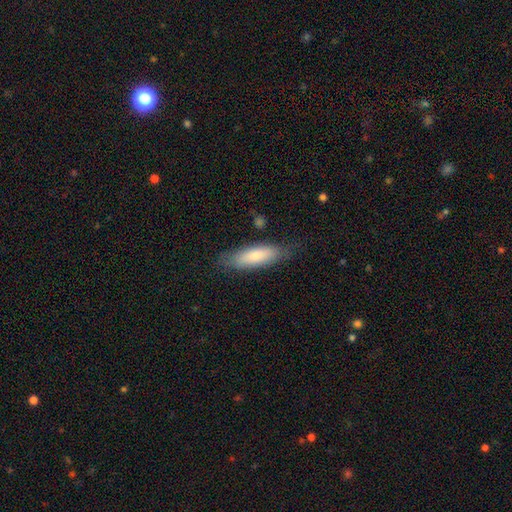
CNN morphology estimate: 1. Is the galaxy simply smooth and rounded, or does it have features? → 75% smooth, 19% featured or disk, 6% star or artifact.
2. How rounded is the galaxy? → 54% in between, 44% cigar-shaped, 2% round.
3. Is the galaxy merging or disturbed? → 75% none, 19% minor disturbance, 5% major disturbance, 2% merger.